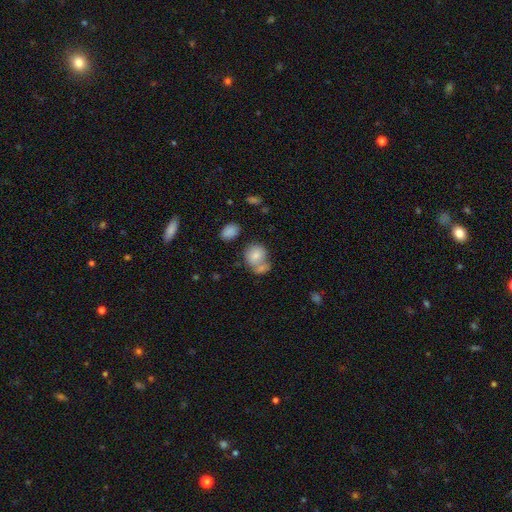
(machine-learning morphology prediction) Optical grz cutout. It shows a smooth galaxy with no disk features (79%) that is round (62%). Merging: merger (42%).